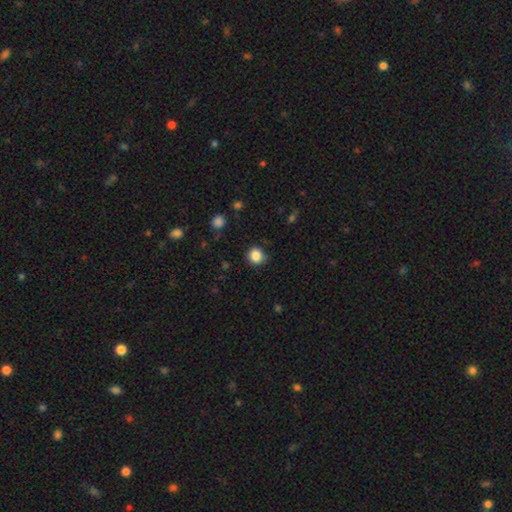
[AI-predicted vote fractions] Smooth or featured: smooth — 85% (star or artifact — 11%)
How rounded: round — 86% (in between — 13%)
Merging: none — 81% (minor disturbance — 14%)